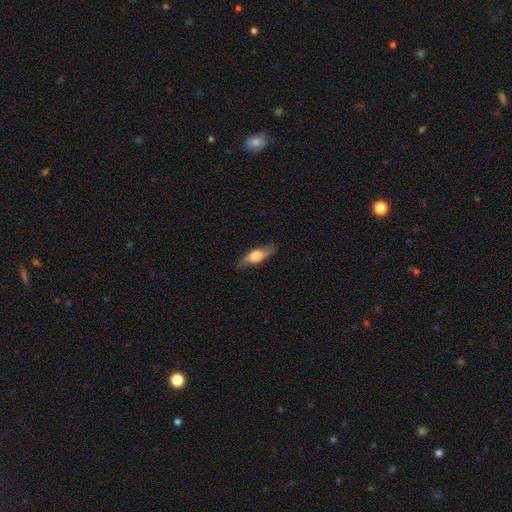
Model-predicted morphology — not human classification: smooth-or-featured: smooth: 48% | featured or disk: 46% | star or artifact: 6%
  merging: none: 80% | minor disturbance: 15% | major disturbance: 4% | merger: 1%